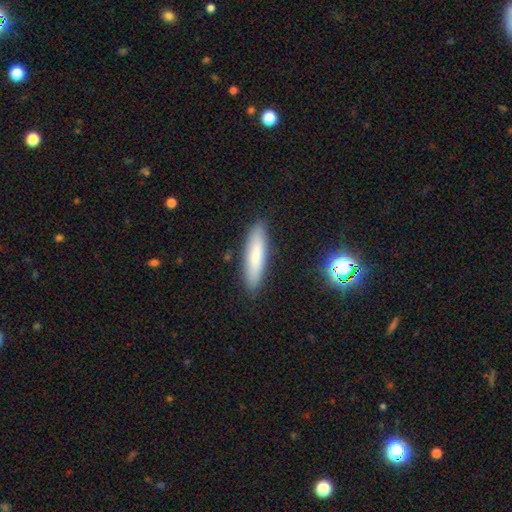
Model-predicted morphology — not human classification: This is likely a smooth galaxy (76%). How rounded: likely cigar-shaped (75%). Merging: clearly none (88%).